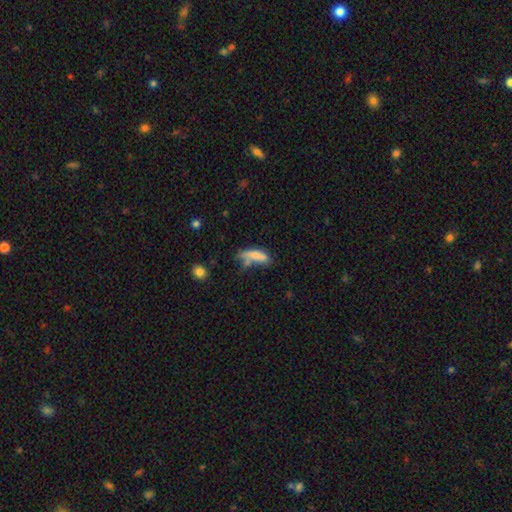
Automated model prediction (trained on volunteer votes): smooth-or-featured: smooth: 70% | featured or disk: 21% | star or artifact: 9%
  how-rounded: cigar-shaped: 62% | in between: 35% | round: 3%
  merging: none: 38% | merger: 23% | minor disturbance: 23% | major disturbance: 16%